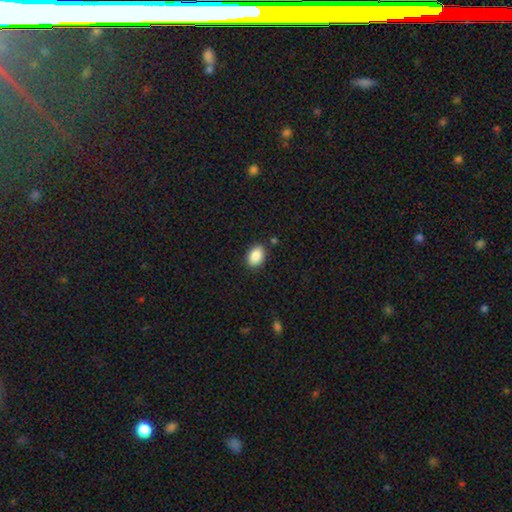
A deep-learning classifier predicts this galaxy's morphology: Smooth or featured? Predicted: smooth (p=0.88). How rounded? Predicted: in between (p=0.85). Merging? Predicted: none (p=0.86).